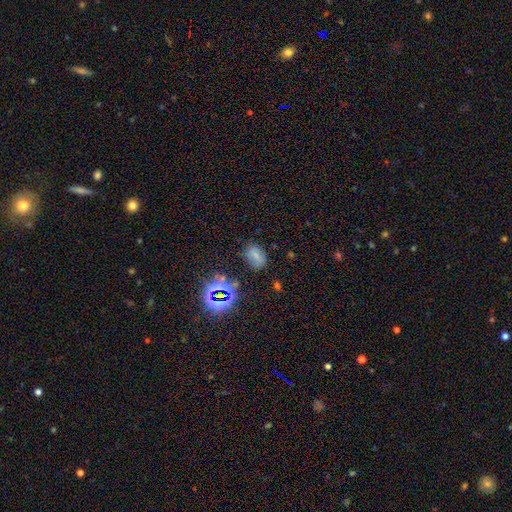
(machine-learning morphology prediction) The model was most divided on "smooth or featured": smooth: 60%, star or artifact: 27%, featured or disk: 12%. More confident: how rounded — in between (82%); merging — none (71%).